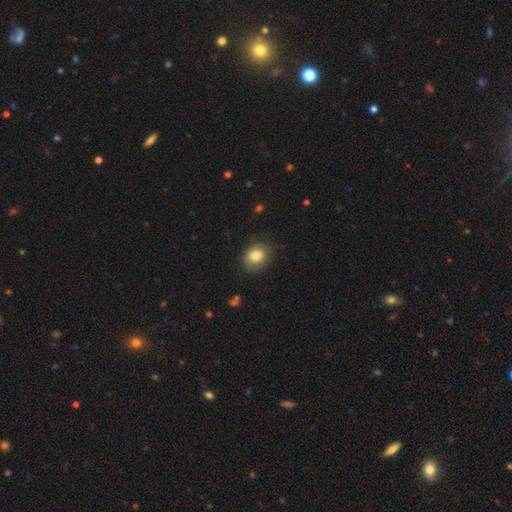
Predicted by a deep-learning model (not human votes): Morphology: type=smooth (78%); roundness=round (55%); merging=none (69%).